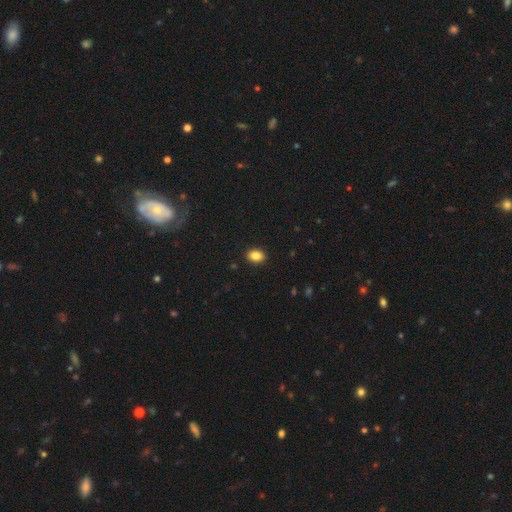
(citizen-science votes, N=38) Smooth or featured? 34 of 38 (89%) said smooth. How rounded? 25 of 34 (74%) said in between. Merging? 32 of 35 (91%) said none.